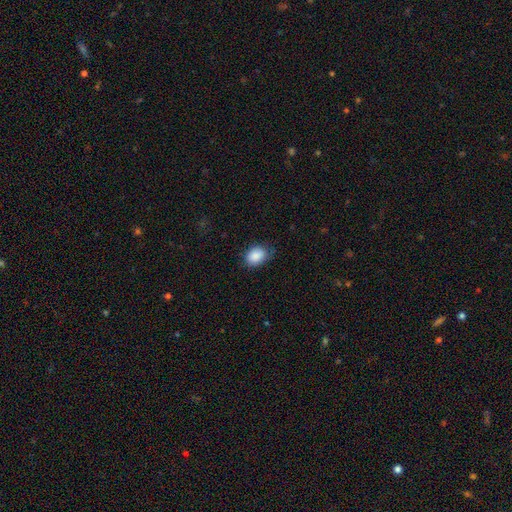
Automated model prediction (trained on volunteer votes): Smooth or featured?
  - smooth: 88% *
  - star or artifact: 7%
  - featured or disk: 4%
How rounded?
  - in between: 71% *
  - round: 28%
  - cigar-shaped: 1%
Merging?
  - none: 73% *
  - minor disturbance: 21%
  - major disturbance: 5%
  - merger: 1%